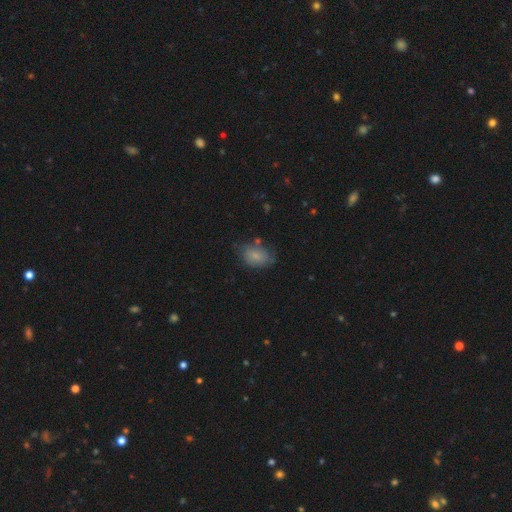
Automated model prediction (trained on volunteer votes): This appears to be a smooth galaxy with no disk features (74%) that is in between round and cigar-shaped (80%). Merging: none (57%).